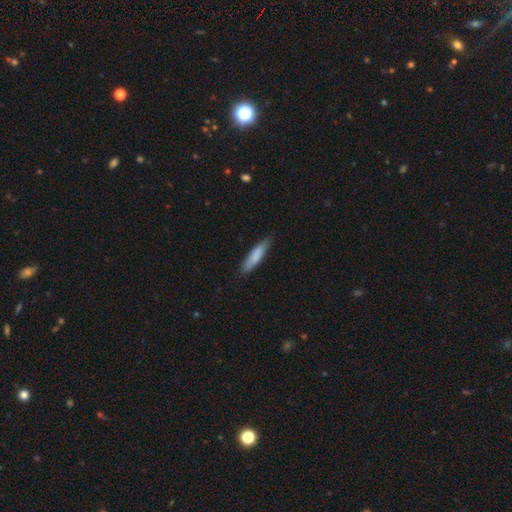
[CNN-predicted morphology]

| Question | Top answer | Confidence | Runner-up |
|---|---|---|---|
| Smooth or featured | smooth | 81% | featured or disk (13%) |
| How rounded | cigar-shaped | 80% | in between (19%) |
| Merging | none | 83% | minor disturbance (14%) |